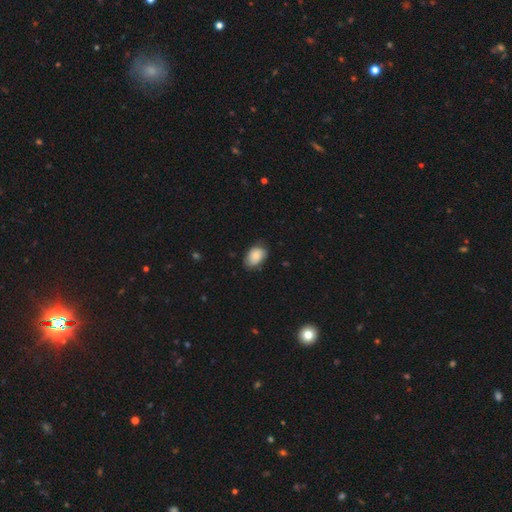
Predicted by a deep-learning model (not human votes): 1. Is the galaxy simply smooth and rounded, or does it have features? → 78% smooth, 14% featured or disk, 7% star or artifact.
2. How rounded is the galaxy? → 85% in between, 14% round, 1% cigar-shaped.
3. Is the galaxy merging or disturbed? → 70% none, 24% minor disturbance, 4% major disturbance, 1% merger.